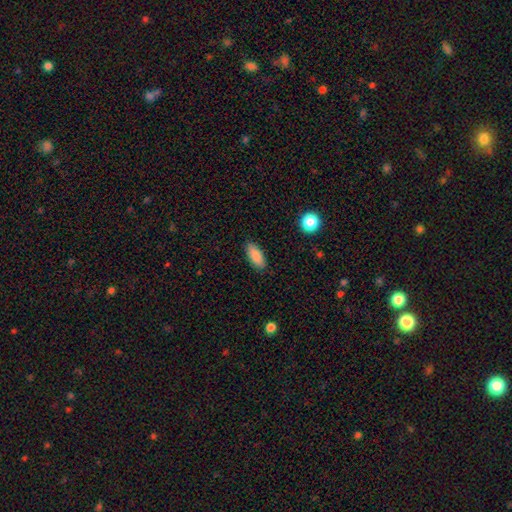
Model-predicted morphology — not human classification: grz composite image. It shows a smooth galaxy with no disk features (87%) that is in between round and cigar-shaped (80%). Merging: none (87%).